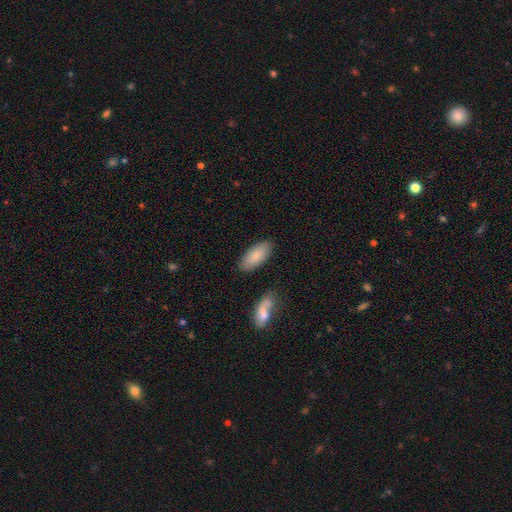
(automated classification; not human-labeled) Smooth or featured?
  - smooth: 84% *
  - featured or disk: 10%
  - star or artifact: 6%
How rounded?
  - in between: 87% *
  - cigar-shaped: 11%
  - round: 2%
Merging?
  - none: 82% *
  - minor disturbance: 11%
  - merger: 4%
  - major disturbance: 3%